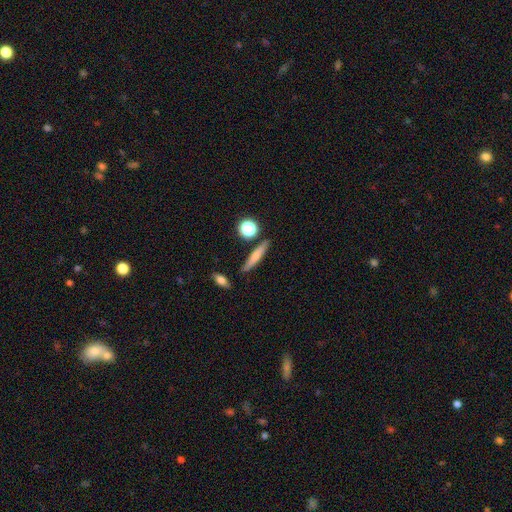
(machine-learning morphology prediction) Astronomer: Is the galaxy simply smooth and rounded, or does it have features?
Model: smooth — 65%.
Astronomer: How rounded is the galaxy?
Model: cigar-shaped — 81%.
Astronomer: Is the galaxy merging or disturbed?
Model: none — 80%.